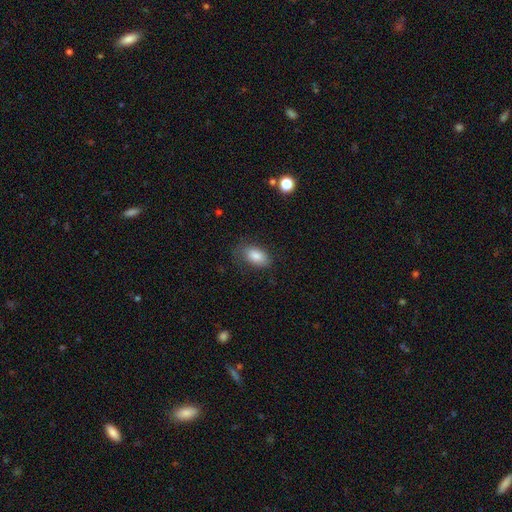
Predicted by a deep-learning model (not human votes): Smooth or featured? smooth (84%)
How rounded? in between (92%)
Merging? none (73%)